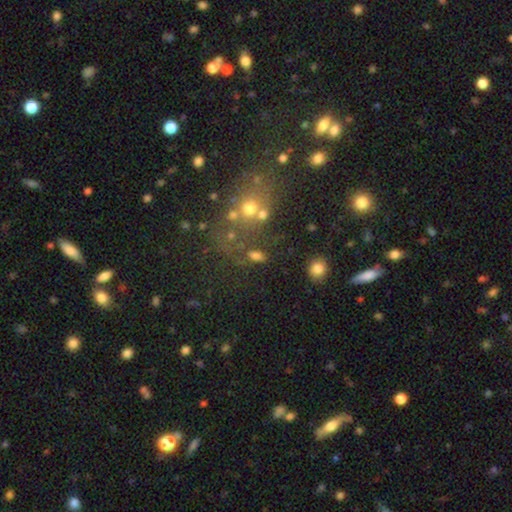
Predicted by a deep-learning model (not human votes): The model was most divided on "merging": none: 61%, minor disturbance: 15%, merger: 14%, major disturbance: 10%. More confident: how rounded — in between (72%); smooth or featured — smooth (67%).